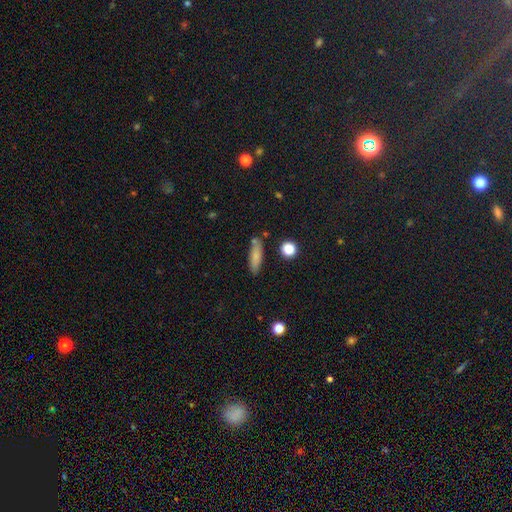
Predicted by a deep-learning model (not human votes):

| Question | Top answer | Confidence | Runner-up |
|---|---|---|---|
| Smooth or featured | smooth | 77% | featured or disk (14%) |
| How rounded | cigar-shaped | 56% | in between (40%) |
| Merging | none | 77% | minor disturbance (14%) |